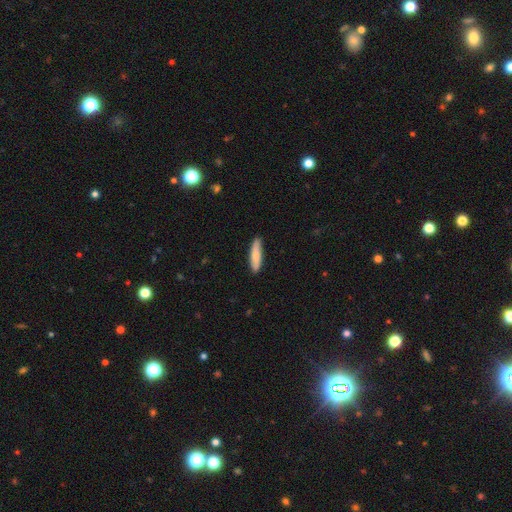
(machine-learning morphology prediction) type=smooth (80%); roundness=cigar-shaped (77%); merging=none (88%).